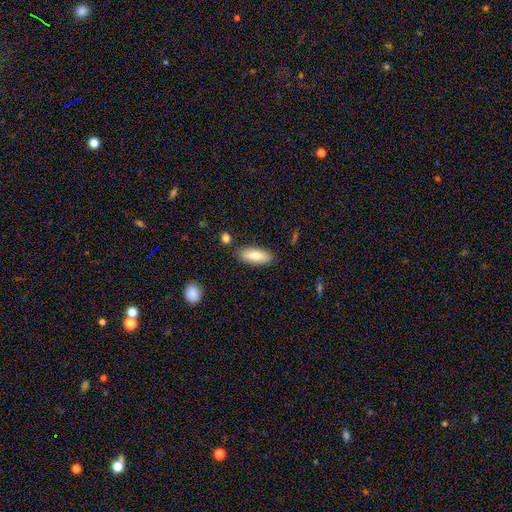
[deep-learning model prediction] This is likely a smooth galaxy (75%). How rounded: likely in between (71%). Merging: clearly none (85%).